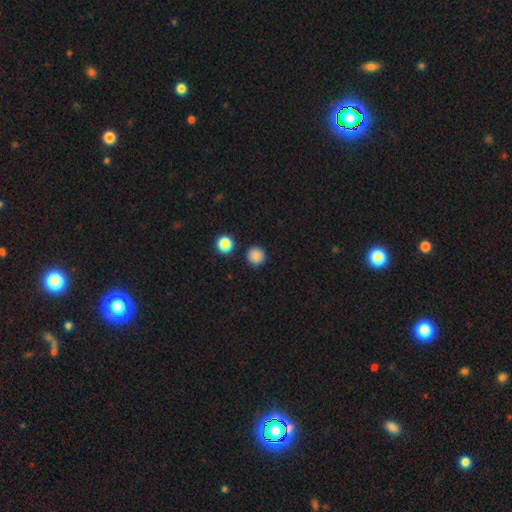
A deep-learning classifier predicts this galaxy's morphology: smooth 86%, star or artifact 11%, featured or disk 3%. Down the decision tree: how rounded — round (95%); merging — none (91%).